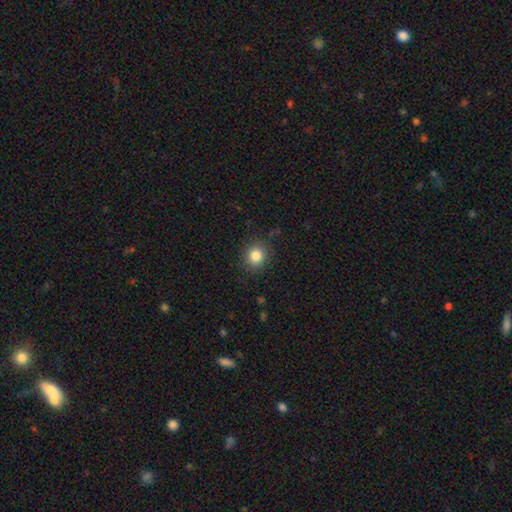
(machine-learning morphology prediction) A smooth galaxy with no disk features (84%) that is round (81%). Merging: none (87%).